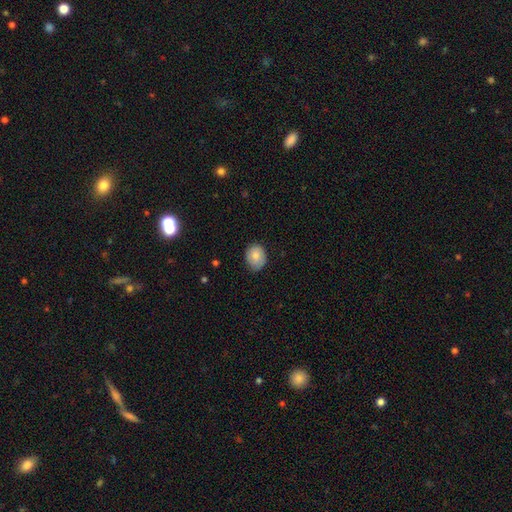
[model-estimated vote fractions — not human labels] Smooth or featured? Predicted: smooth (p=0.79). How rounded? Predicted: in between (p=0.50). Merging? Predicted: none (p=0.79).